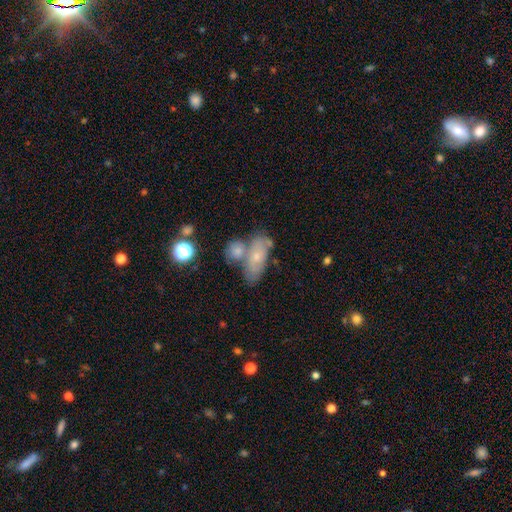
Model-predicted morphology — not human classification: A smooth galaxy with no disk features (58%) that is in between round and cigar-shaped (76%).

Vote fractions:
- Smooth or featured? smooth: 58% / featured or disk: 32% / star or artifact: 10%
- How rounded? in between: 76% / cigar-shaped: 15% / round: 10%
- Merging? merger: 40% / none: 39% / minor disturbance: 15% / major disturbance: 6%